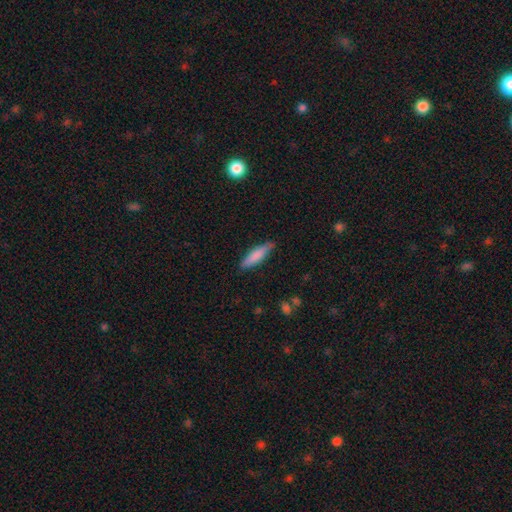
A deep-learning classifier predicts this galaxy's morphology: Smooth or featured? Predicted: smooth (p=0.81). How rounded? Predicted: cigar-shaped (p=0.74). Merging? Predicted: none (p=0.82).